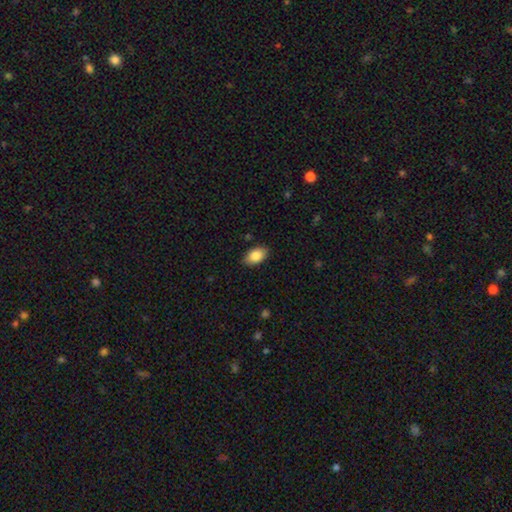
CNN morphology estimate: Smooth or featured?
  - smooth: 86% *
  - featured or disk: 7%
  - star or artifact: 7%
How rounded?
  - in between: 92% *
  - round: 7%
  - cigar-shaped: 2%
Merging?
  - none: 86% *
  - minor disturbance: 10%
  - major disturbance: 2%
  - merger: 1%